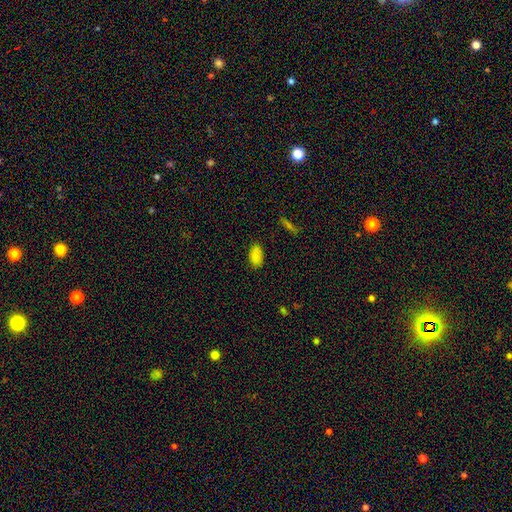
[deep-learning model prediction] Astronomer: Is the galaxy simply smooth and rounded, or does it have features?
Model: smooth — 85%.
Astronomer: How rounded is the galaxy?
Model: in between — 93%.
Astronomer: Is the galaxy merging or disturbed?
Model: none — 85%.